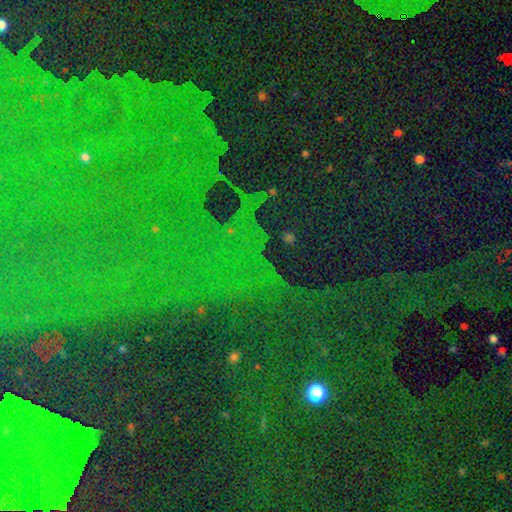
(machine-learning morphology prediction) Overall: star or artifact (84%).